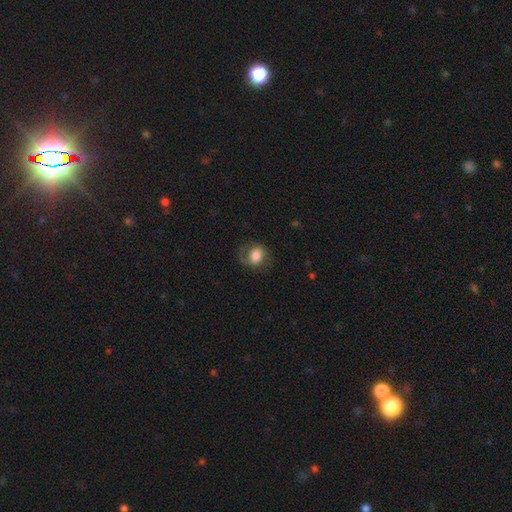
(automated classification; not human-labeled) Q: Smooth or featured?
A: smooth (61%); runner-up: featured or disk (31%)
Q: How rounded?
A: round (57%); runner-up: in between (41%)
Q: Merging?
A: none (64%); runner-up: minor disturbance (21%)